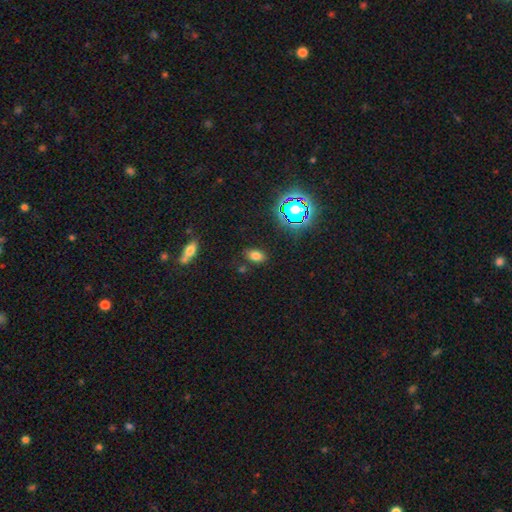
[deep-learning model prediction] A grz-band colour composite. It shows a smooth galaxy with no disk features (73%) that is in between round and cigar-shaped (85%). Merging: none (82%).